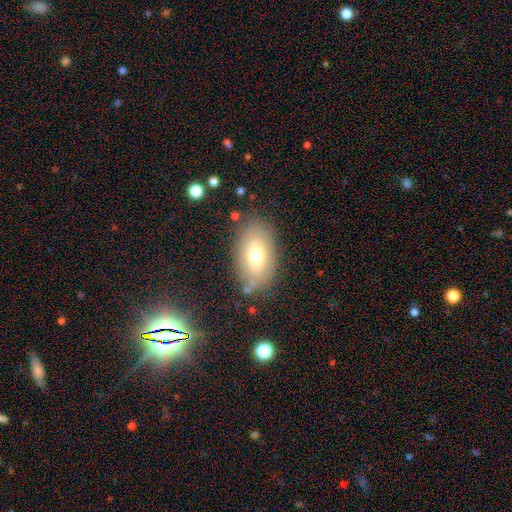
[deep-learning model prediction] Q: Smooth or featured?
A: smooth (70%); runner-up: featured or disk (20%)
Q: How rounded?
A: in between (91%); runner-up: round (7%)
Q: Merging?
A: none (80%); runner-up: minor disturbance (13%)